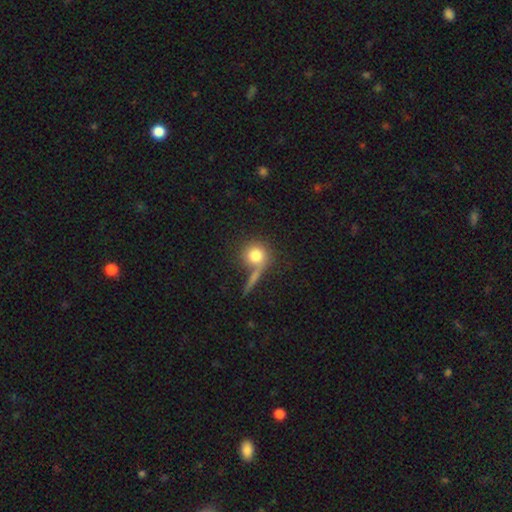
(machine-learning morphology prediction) This appears to be a smooth galaxy with no disk features (77%) that is round (89%). Merging: none (53%).